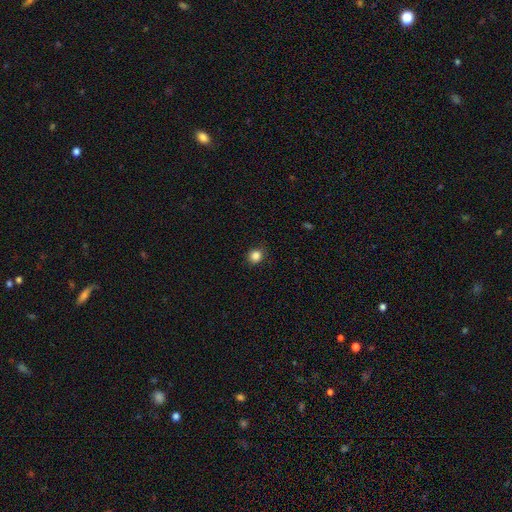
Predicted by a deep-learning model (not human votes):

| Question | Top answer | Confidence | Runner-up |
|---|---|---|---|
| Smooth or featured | smooth | 85% | star or artifact (11%) |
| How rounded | round | 88% | in between (11%) |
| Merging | none | 88% | minor disturbance (9%) |